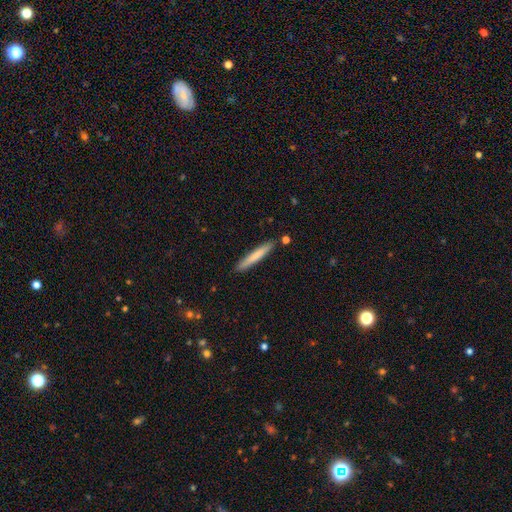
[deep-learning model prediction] Q: Smooth or featured?
A: smooth (72%); runner-up: featured or disk (23%)
Q: How rounded?
A: cigar-shaped (96%); runner-up: in between (3%)
Q: Merging?
A: none (89%); runner-up: minor disturbance (8%)